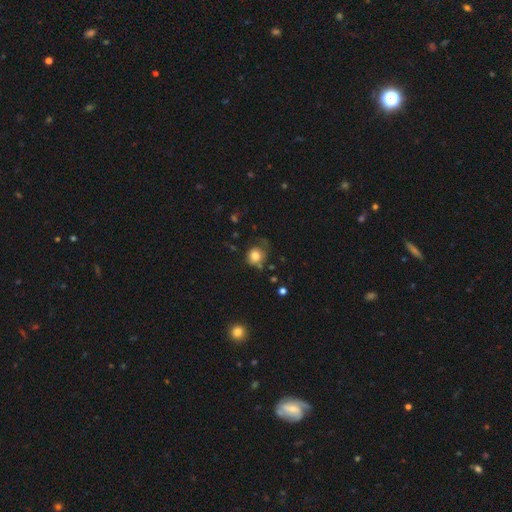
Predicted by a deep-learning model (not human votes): This appears to be a smooth galaxy with no disk features (78%) that is round (76%). Merging: none (54%).